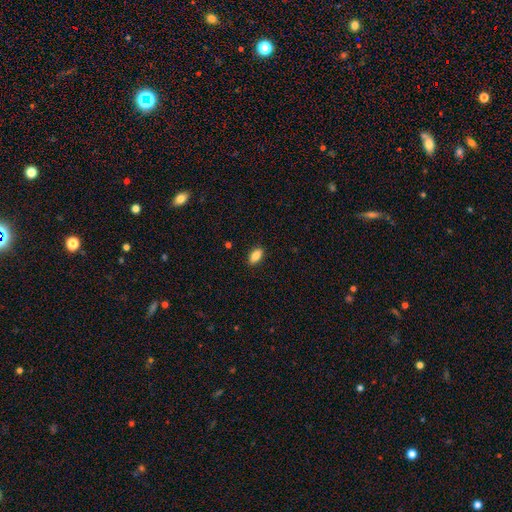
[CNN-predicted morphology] The model was most divided on "smooth or featured": smooth: 87%, star or artifact: 8%, featured or disk: 5%. More confident: how rounded — in between (90%); merging — none (89%).